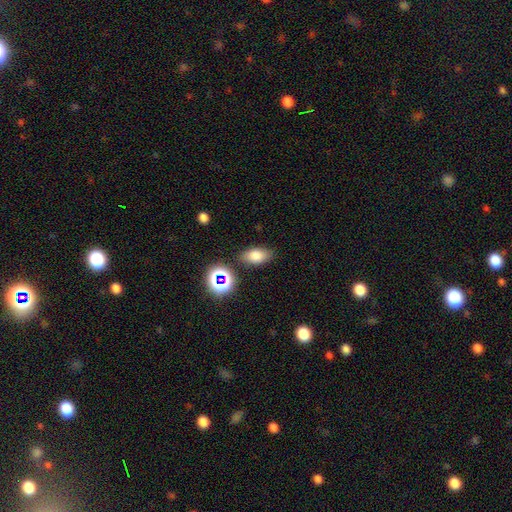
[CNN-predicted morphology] A smooth galaxy with no disk features (75%) that is in between round and cigar-shaped (86%).

Vote fractions:
- Smooth or featured? smooth: 75% / star or artifact: 14% / featured or disk: 11%
- How rounded? in between: 86% / round: 10% / cigar-shaped: 4%
- Merging? none: 82% / minor disturbance: 11% / merger: 4% / major disturbance: 3%